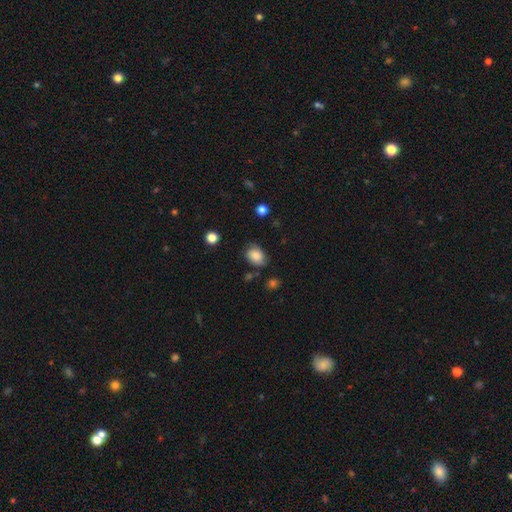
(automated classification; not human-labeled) Smooth or featured?
  - smooth: 73% *
  - featured or disk: 18%
  - star or artifact: 9%
How rounded?
  - in between: 74% *
  - round: 25%
  - cigar-shaped: 1%
Merging?
  - none: 66% *
  - minor disturbance: 25%
  - major disturbance: 7%
  - merger: 3%